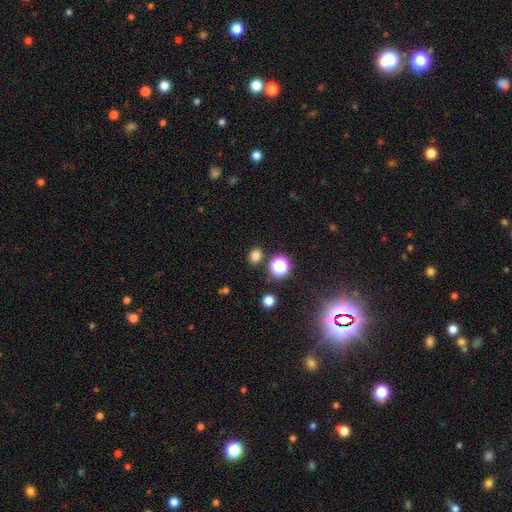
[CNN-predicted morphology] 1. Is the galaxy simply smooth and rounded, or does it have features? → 76% smooth, 19% star or artifact, 5% featured or disk.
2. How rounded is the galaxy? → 56% round, 43% in between, 1% cigar-shaped.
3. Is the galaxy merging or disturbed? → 84% none, 8% minor disturbance, 5% merger, 3% major disturbance.